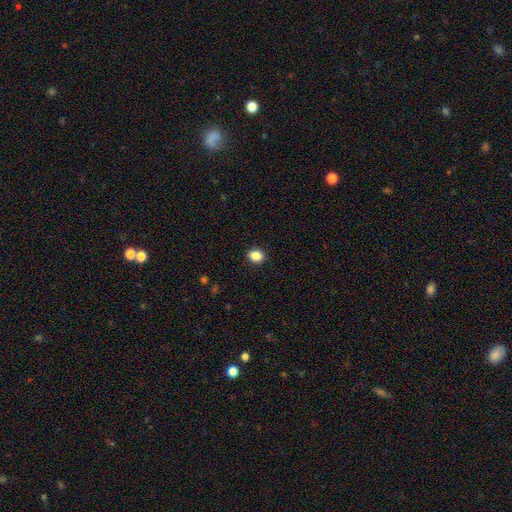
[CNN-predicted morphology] The model was most divided on "how rounded": round: 58%, in between: 41%, cigar-shaped: 1%. More confident: merging — none (91%); smooth or featured — smooth (87%).